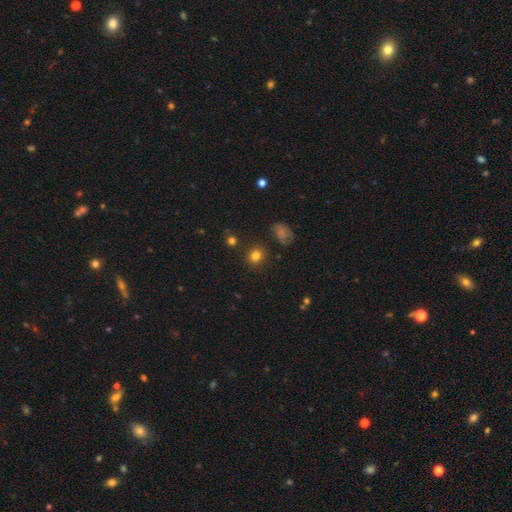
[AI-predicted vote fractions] Smooth or featured? Predicted: smooth (p=0.80). How rounded? Predicted: round (p=0.81). Merging? Predicted: none (p=0.86).